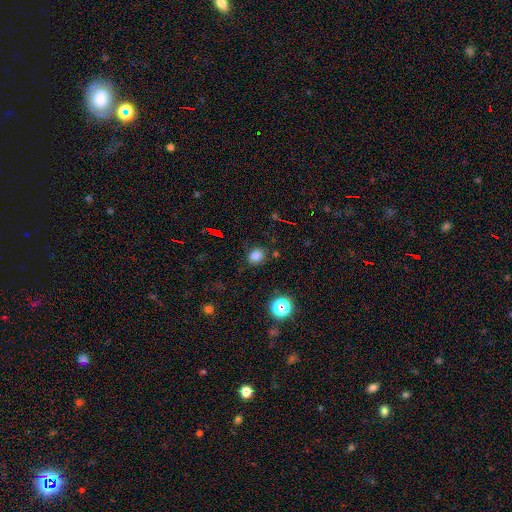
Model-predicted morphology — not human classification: This is likely a smooth galaxy (79%). How rounded: likely round (67%). Merging: clearly none (83%).